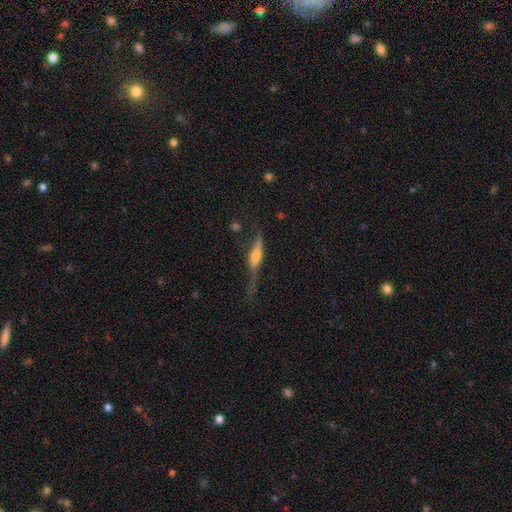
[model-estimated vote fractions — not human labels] The model was most divided on "merging": none: 48%, minor disturbance: 26%, major disturbance: 22%, merger: 4%. More confident: edge-on disk — yes (89%); edge-on bulge — rounded (84%); smooth or featured — featured or disk (62%).